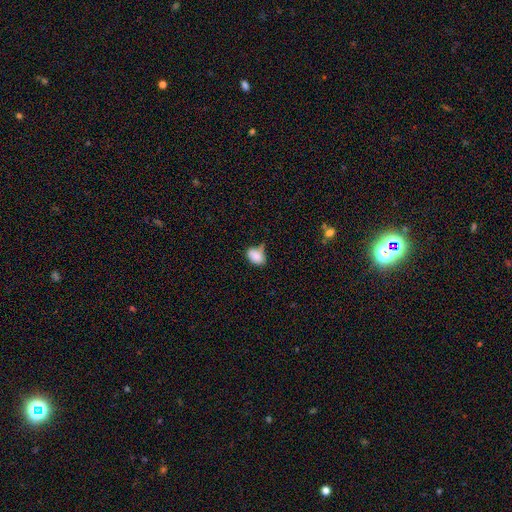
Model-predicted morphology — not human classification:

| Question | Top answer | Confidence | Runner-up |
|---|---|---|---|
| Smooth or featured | smooth | 86% | star or artifact (9%) |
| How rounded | in between | 83% | round (16%) |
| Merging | none | 48% | minor disturbance (34%) |